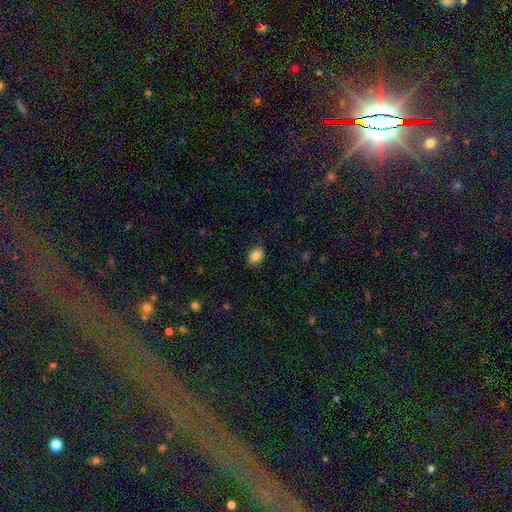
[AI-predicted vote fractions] Smooth or featured: smooth — 87% (star or artifact — 8%)
How rounded: in between — 78% (round — 21%)
Merging: none — 83% (minor disturbance — 14%)